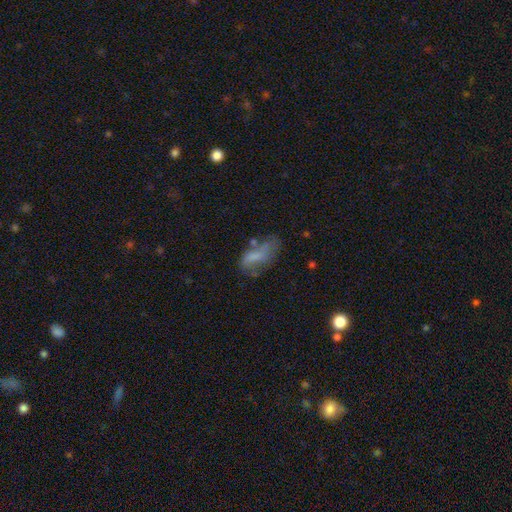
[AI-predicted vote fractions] Q: Smooth or featured?
A: smooth (54%); runner-up: featured or disk (35%)
Q: How rounded?
A: in between (81%); runner-up: cigar-shaped (15%)
Q: Merging?
A: none (38%); runner-up: minor disturbance (27%)